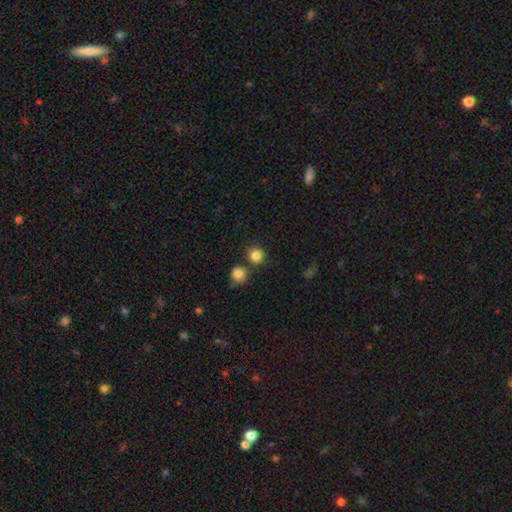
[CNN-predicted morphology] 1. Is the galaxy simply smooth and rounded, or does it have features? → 84% smooth, 12% star or artifact, 4% featured or disk.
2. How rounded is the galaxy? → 91% round, 8% in between, 1% cigar-shaped.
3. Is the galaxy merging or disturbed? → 74% none, 16% merger, 8% minor disturbance, 3% major disturbance.